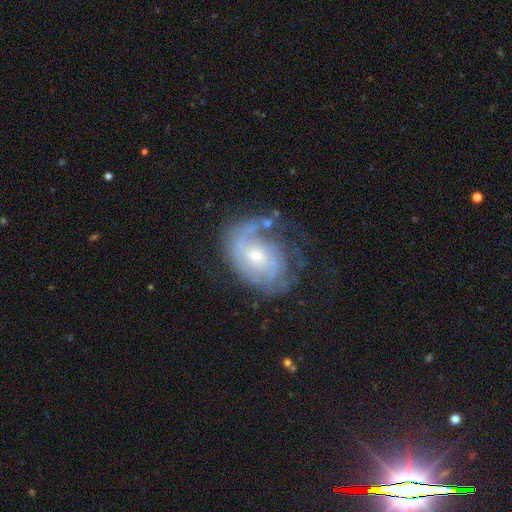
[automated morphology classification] The model was most divided on "spiral arm count" (2-way tie): 1: 30%, can't tell: 30%, 2: 26%, 3: 8%, 4: 3%, more than 4: 3%. Remaining: edge-on disk — no (97%); spiral arms — yes (89%); smooth or featured — featured or disk (80%); bar — no (63%); merging — none (52%); spiral winding — tight (50%); bulge size — moderate (48%).